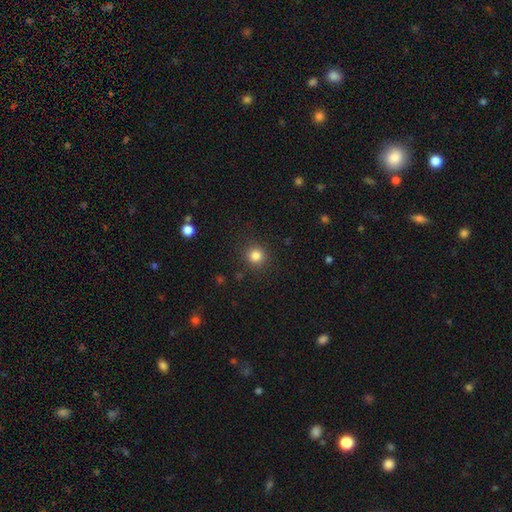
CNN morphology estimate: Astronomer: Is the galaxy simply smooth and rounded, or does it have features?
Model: smooth — 83%.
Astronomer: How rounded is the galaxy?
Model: round — 92%.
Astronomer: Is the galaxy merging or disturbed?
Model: none — 90%.